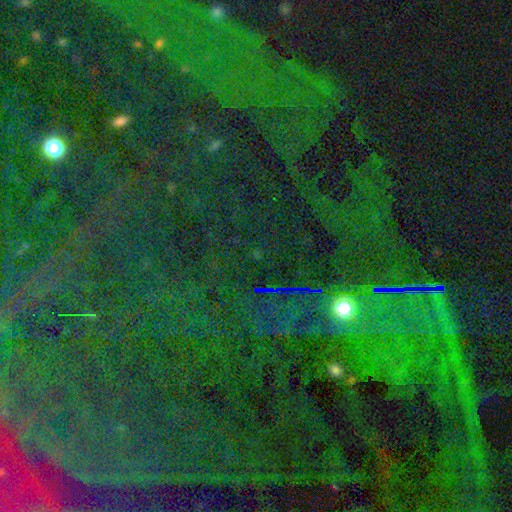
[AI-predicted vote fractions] Smooth or featured? Predicted: star or artifact (p=0.84).